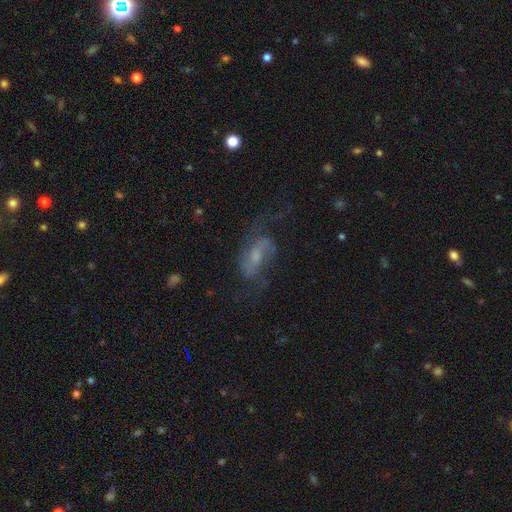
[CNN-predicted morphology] Overall: featured or disk (72%). Edge-on disk: no (95%). Bar: weak (47%; no 41%). Spiral arms: yes (89%). Spiral arm count: 2 (73%). Spiral winding: loose (43%, tied with medium). Bulge size: small (45%; moderate 38%). Merging: none (55%; major disturbance 24%).